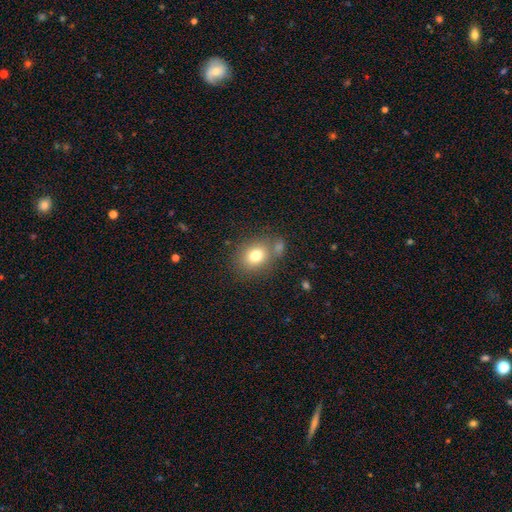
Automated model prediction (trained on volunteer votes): The model was most divided on "how rounded": round: 56%, in between: 43%, cigar-shaped: 1%. More confident: smooth or featured — smooth (77%); merging — none (68%).